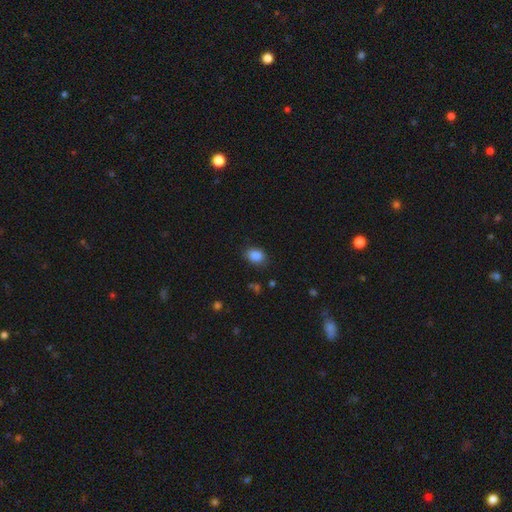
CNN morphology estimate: A smooth galaxy with no disk features (87%) that is in between round and cigar-shaped (69%).

Vote fractions:
- Smooth or featured? smooth: 87% / star or artifact: 9% / featured or disk: 4%
- How rounded? in between: 69% / round: 30% / cigar-shaped: 1%
- Merging? none: 82% / minor disturbance: 13% / major disturbance: 3% / merger: 1%